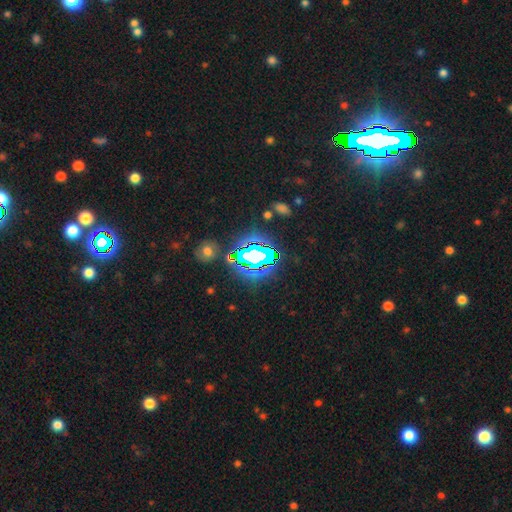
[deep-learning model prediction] This appears to be a star or artifact, not a galaxy (75%).